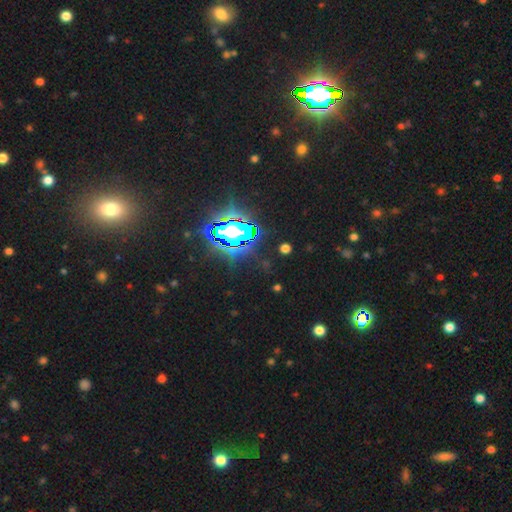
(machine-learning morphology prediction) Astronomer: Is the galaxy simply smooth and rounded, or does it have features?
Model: star or artifact — 82%.